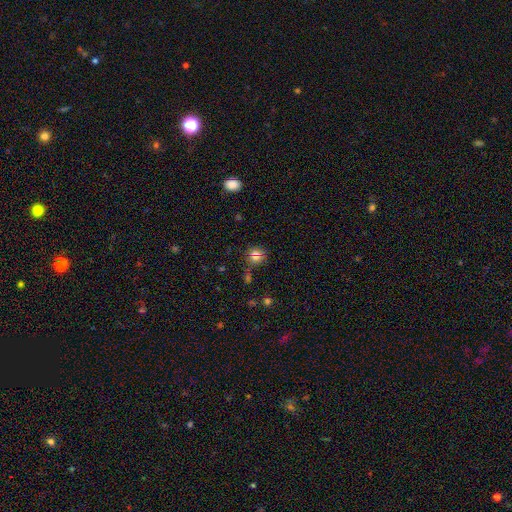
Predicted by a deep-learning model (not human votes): This appears to be a smooth galaxy with no disk features (63%) that is round (86%). Merging: none (70%).